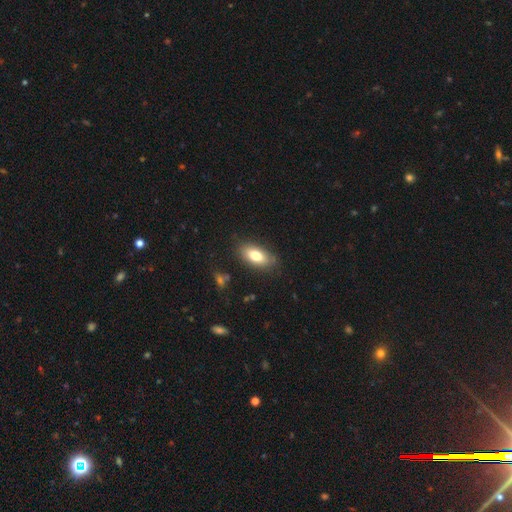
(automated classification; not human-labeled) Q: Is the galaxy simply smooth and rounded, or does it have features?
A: smooth — 77%.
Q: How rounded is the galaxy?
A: in between — 88%.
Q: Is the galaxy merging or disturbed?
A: none — 84%.